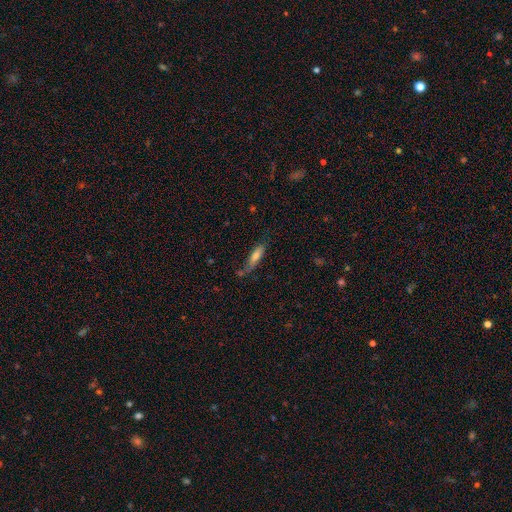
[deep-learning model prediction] Smooth or featured? smooth (67%)
How rounded? cigar-shaped (67%)
Merging? none (58%)